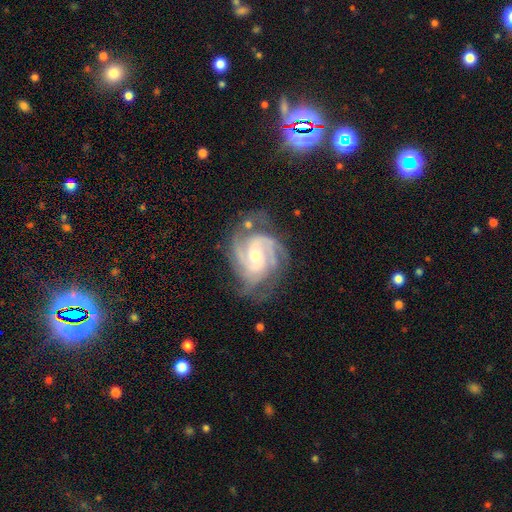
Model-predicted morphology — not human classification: Smooth or featured?
  - featured or disk: 91% *
  - star or artifact: 5%
  - smooth: 4%
Edge-on disk?
  - no: 98% *
  - yes: 2%
Bar?
  - no: 51% *
  - weak: 38%
  - strong: 11%
Spiral arms?
  - yes: 98% *
  - no: 2%
Spiral winding?
  - tight: 57% *
  - medium: 38%
  - loose: 5%
Spiral arm count?
  - 3: 45% *
  - 4: 19%
  - 2: 16%
  - can't tell: 11%
  - more than 4: 5%
  - 1: 4%
Bulge size?
  - small: 49% *
  - moderate: 46%
  - large: 2%
  - none: 1%
  - dominant: 1%
Merging?
  - none: 68% *
  - minor disturbance: 20%
  - major disturbance: 9%
  - merger: 3%